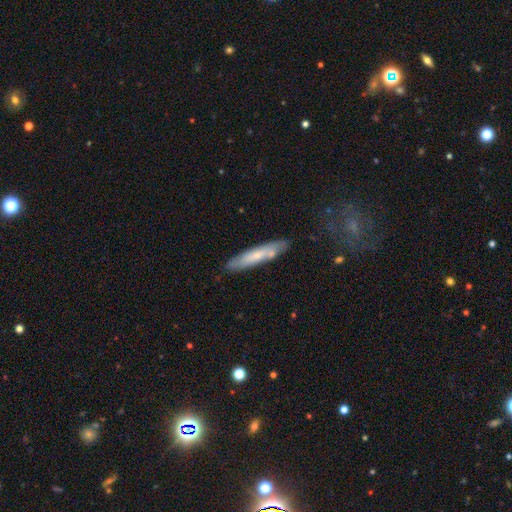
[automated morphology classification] Q: Smooth or featured?
A: smooth (60%); runner-up: featured or disk (34%)
Q: How rounded?
A: cigar-shaped (87%); runner-up: in between (11%)
Q: Merging?
A: none (76%); runner-up: minor disturbance (15%)